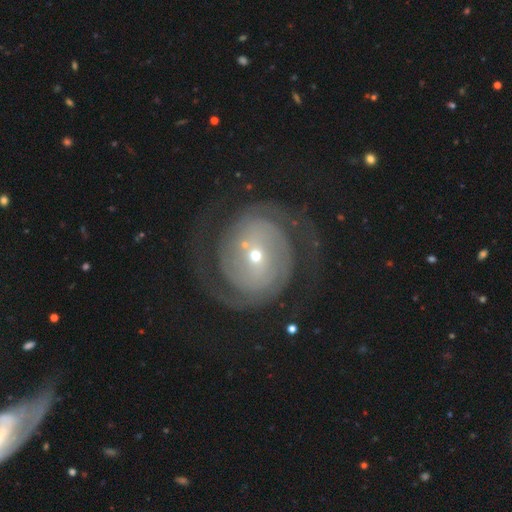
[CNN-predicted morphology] This appears to be a featured or disk galaxy (88%) with no bar (48%), 2 (86%) tight (55%) spiral arms (96%) and a small central bulge (71%). Merging: none (77%).